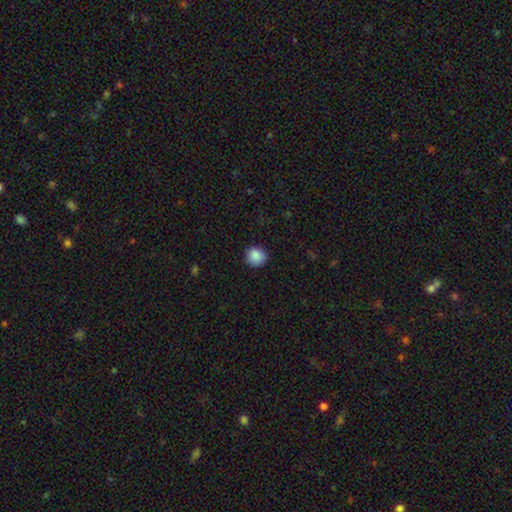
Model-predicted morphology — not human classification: The model was most divided on "how rounded": round: 84%, in between: 15%, cigar-shaped: 1%. More confident: smooth or featured — smooth (88%); merging — none (85%).